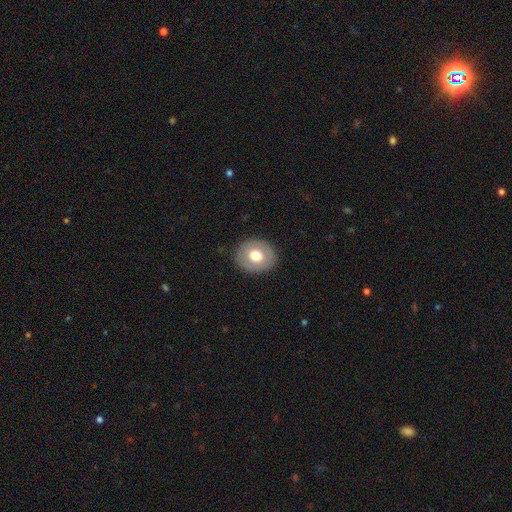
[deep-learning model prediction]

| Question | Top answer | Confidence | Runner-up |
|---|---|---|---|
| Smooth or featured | smooth | 68% | featured or disk (25%) |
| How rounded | round | 63% | in between (36%) |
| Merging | none | 88% | minor disturbance (8%) |